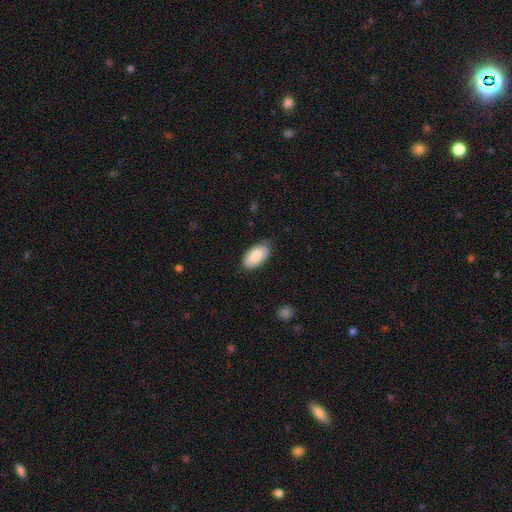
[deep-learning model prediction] A smooth galaxy with no disk features (83%) that is in between round and cigar-shaped (95%).

Vote fractions:
- Smooth or featured? smooth: 83% / featured or disk: 11% / star or artifact: 6%
- How rounded? in between: 95% / round: 3% / cigar-shaped: 2%
- Merging? none: 75% / minor disturbance: 21% / major disturbance: 3% / merger: 1%